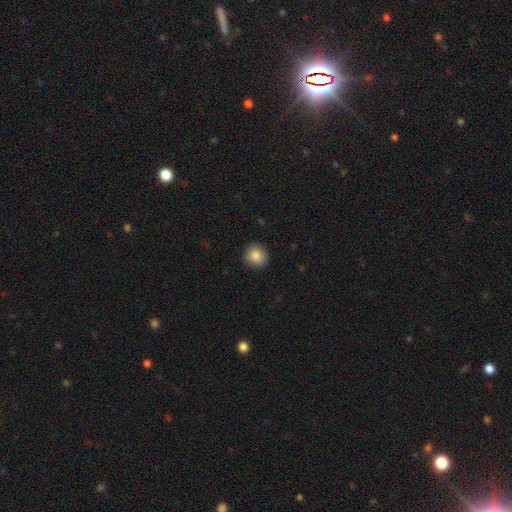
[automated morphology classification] Q: Smooth or featured?
A: smooth (86%); runner-up: star or artifact (9%)
Q: How rounded?
A: round (89%); runner-up: in between (10%)
Q: Merging?
A: none (89%); runner-up: minor disturbance (8%)